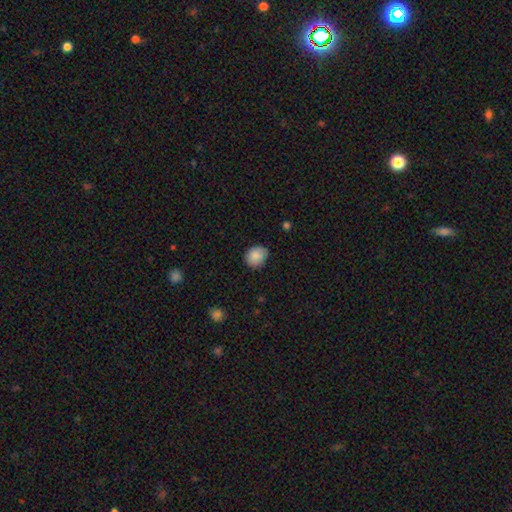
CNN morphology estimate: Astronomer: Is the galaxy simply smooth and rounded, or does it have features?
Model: smooth — 88%.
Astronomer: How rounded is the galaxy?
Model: round — 65%.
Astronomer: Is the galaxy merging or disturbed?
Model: none — 82%.